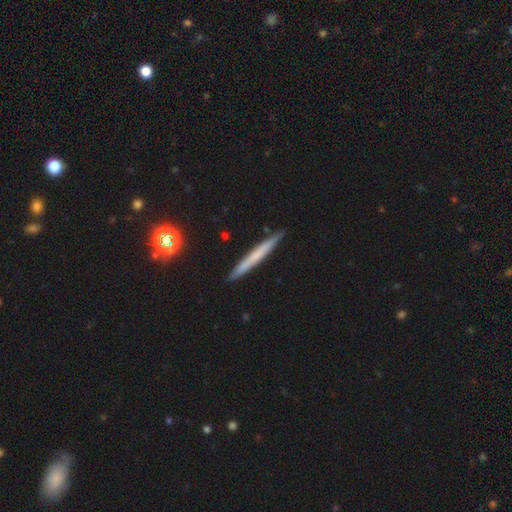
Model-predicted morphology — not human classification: Q: Smooth or featured?
A: smooth (52%); runner-up: featured or disk (40%)
Q: How rounded?
A: cigar-shaped (97%); runner-up: in between (2%)
Q: Merging?
A: none (90%); runner-up: minor disturbance (7%)